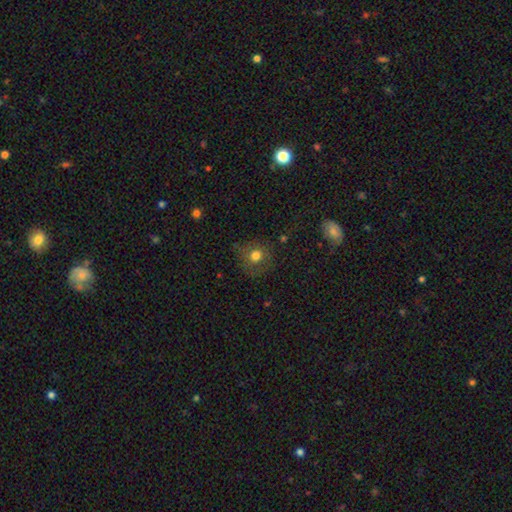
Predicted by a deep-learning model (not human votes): This appears to be a smooth galaxy with no disk features (72%) that is round (86%). Merging: none (73%).